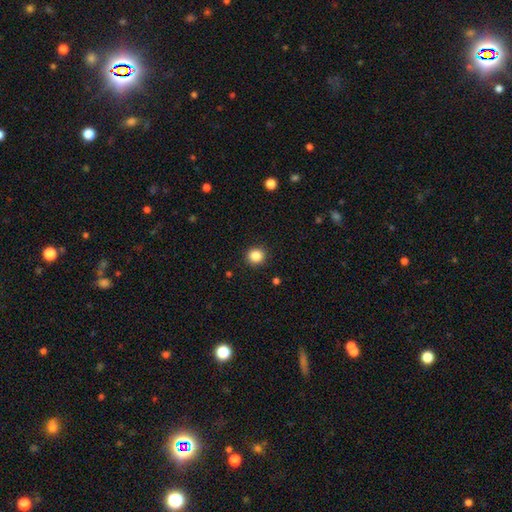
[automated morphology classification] Smooth or featured? Predicted: smooth (p=0.86). How rounded? Predicted: round (p=0.91). Merging? Predicted: none (p=0.91).